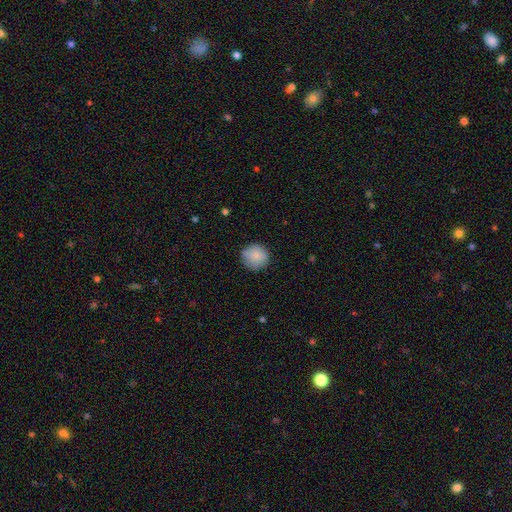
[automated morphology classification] Smooth or featured? smooth (85%)
How rounded? round (93%)
Merging? none (83%)